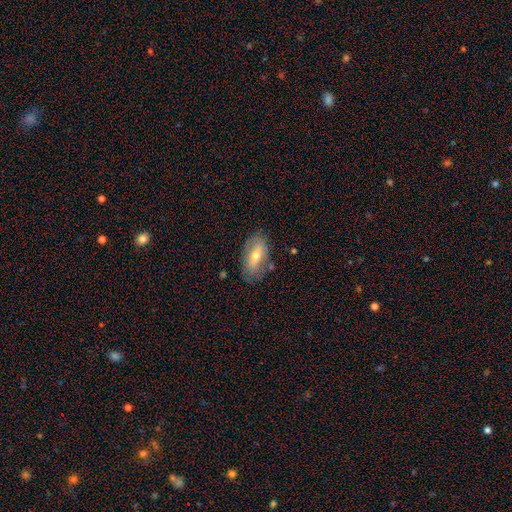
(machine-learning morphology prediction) Smooth or featured? Predicted: smooth (p=0.57). How rounded? Predicted: in between (p=0.90). Merging? Predicted: none (p=0.75).